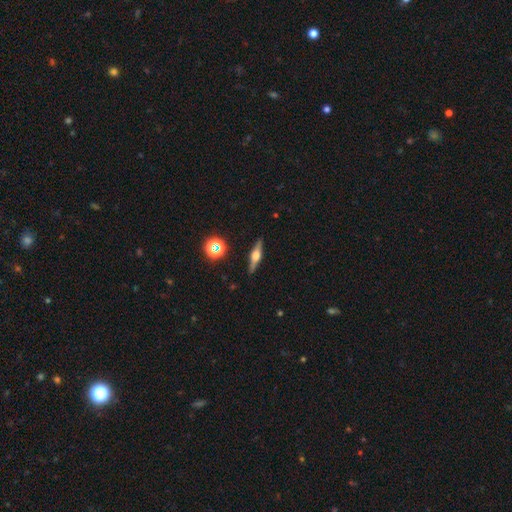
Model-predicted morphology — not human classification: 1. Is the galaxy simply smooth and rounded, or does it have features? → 68% featured or disk, 24% smooth, 8% star or artifact.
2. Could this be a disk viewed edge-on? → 96% yes, 4% no.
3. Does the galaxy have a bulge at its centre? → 91% rounded, 7% boxy, 2% none.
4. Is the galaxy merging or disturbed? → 89% none, 8% minor disturbance, 2% major disturbance, 1% merger.